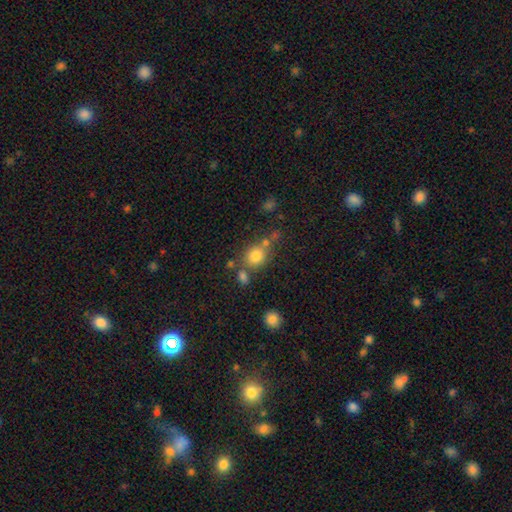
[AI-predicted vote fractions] A smooth galaxy with no disk features (78%) that is round (71%).

Vote fractions:
- Smooth or featured? smooth: 78% / star or artifact: 12% / featured or disk: 9%
- How rounded? round: 71% / in between: 27% / cigar-shaped: 1%
- Merging? none: 59% / merger: 21% / minor disturbance: 14% / major disturbance: 6%